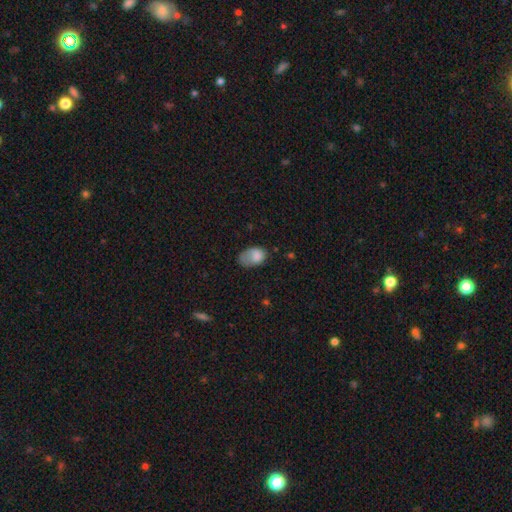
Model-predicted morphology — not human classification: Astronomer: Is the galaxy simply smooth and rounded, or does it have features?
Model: smooth — 78%.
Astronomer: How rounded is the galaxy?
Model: in between — 87%.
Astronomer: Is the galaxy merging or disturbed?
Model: minor disturbance — 37% (runner-up: none, 35%).